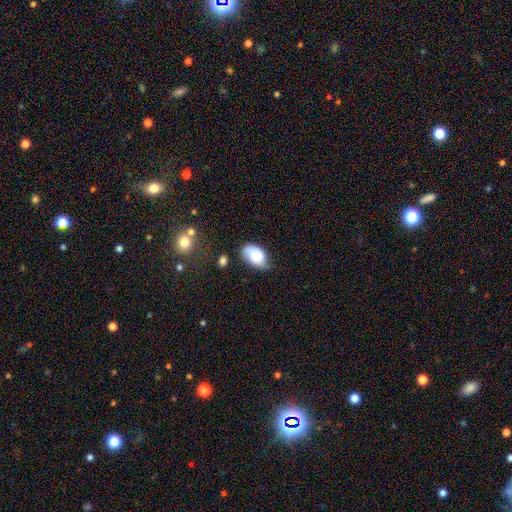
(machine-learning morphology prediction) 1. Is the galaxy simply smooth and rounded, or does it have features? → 69% smooth, 23% featured or disk, 8% star or artifact.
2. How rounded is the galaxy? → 89% in between, 9% round, 1% cigar-shaped.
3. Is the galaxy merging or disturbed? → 41% none, 40% minor disturbance, 14% major disturbance, 5% merger.